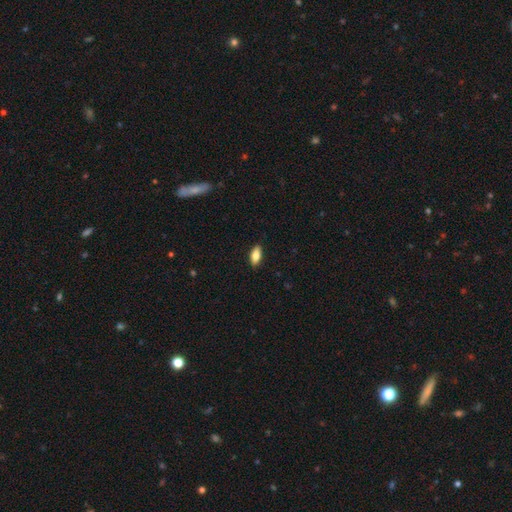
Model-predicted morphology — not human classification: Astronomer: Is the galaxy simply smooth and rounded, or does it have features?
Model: smooth — 81%.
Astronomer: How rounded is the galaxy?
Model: in between — 85%.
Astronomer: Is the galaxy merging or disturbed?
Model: none — 89%.